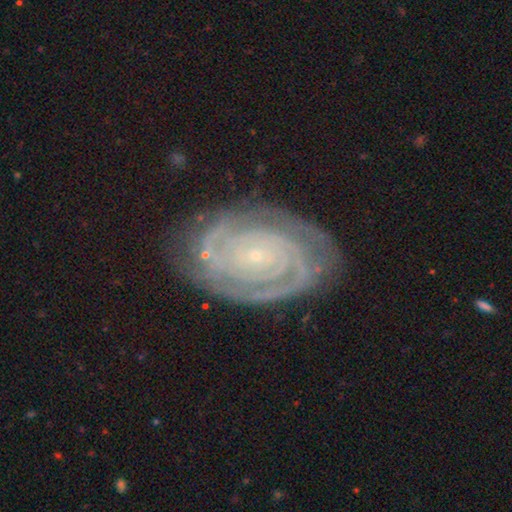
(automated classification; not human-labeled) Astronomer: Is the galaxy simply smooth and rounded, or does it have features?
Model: featured or disk — 88%.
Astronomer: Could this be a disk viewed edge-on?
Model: no — 97%.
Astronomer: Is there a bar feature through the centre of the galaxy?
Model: no — 77%.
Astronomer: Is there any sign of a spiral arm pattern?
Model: yes — 97%.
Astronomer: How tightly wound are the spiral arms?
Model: tight — 83%.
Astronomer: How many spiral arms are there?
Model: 2 — 40% (runner-up: can't tell, 19%).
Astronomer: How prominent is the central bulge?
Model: small — 88%.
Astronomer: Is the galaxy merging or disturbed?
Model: none — 77%.